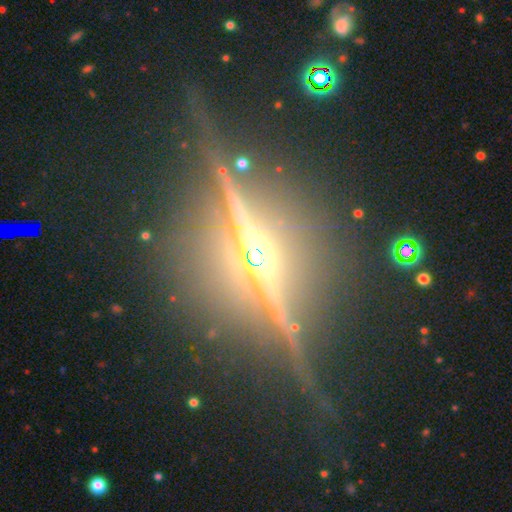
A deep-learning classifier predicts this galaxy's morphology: Smooth or featured? featured or disk (75%)
Edge-on disk? yes (93%)
Edge-on bulge? rounded (90%)
Merging? none (82%)